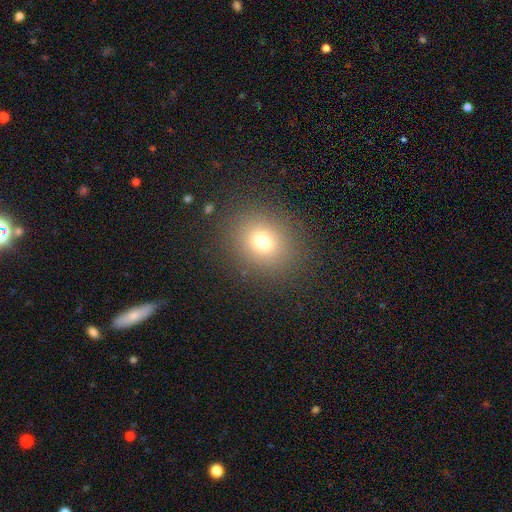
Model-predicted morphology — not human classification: Overall: smooth (69%). How rounded: round (76%). Merging: none (90%).